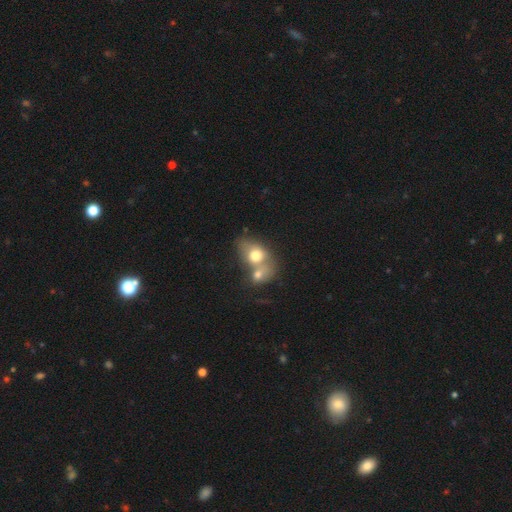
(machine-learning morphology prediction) This is likely a smooth galaxy (68%). How rounded: likely in between (66%). Merging: likely merger (67%).